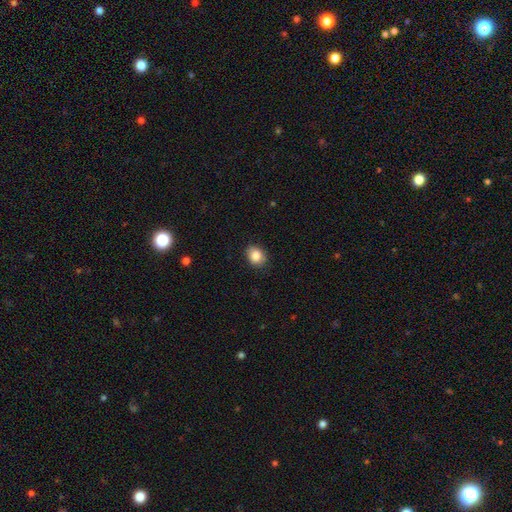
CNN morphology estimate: Overall: smooth (85%). How rounded: round (55%; in between 44%). Merging: none (85%).